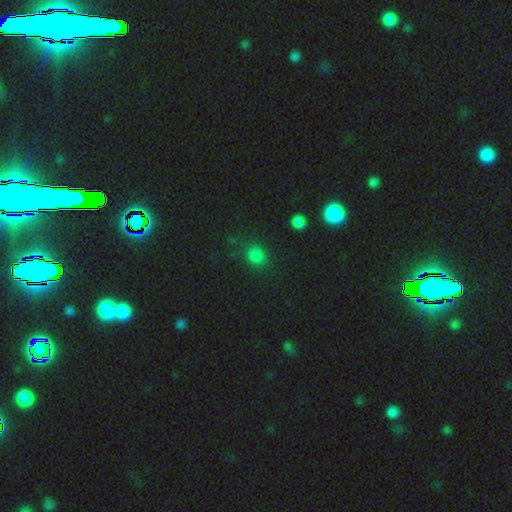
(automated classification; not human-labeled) Smooth or featured?
  - smooth: 76% *
  - star or artifact: 19%
  - featured or disk: 5%
How rounded?
  - round: 70% *
  - in between: 29%
  - cigar-shaped: 2%
Merging?
  - none: 81% *
  - minor disturbance: 11%
  - major disturbance: 5%
  - merger: 2%